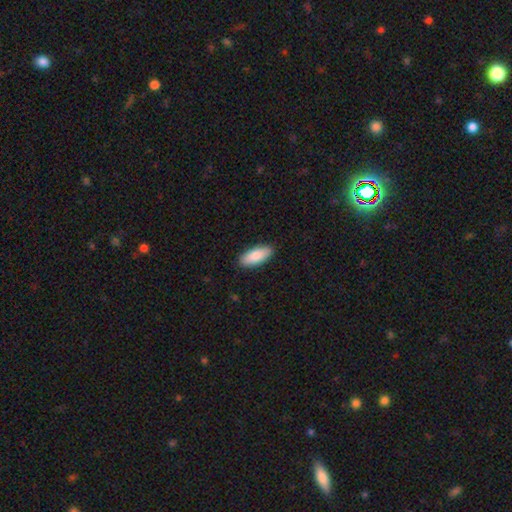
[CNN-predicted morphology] This appears to be a smooth galaxy with no disk features (86%) that is in between round and cigar-shaped (84%). Merging: none (89%).